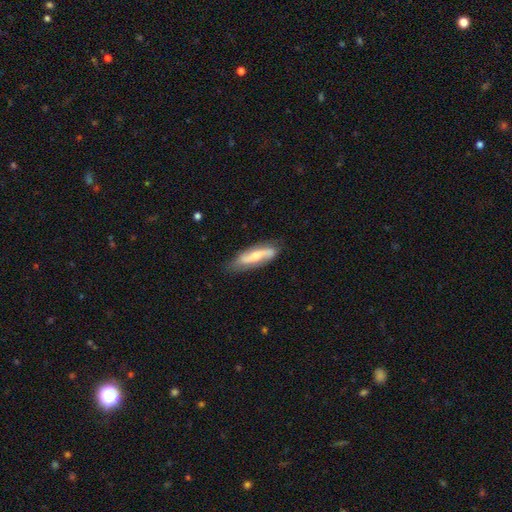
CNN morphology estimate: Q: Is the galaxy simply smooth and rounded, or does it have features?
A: featured or disk — 63%.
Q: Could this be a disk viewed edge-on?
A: no — 78%.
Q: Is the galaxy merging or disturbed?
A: none — 77%.